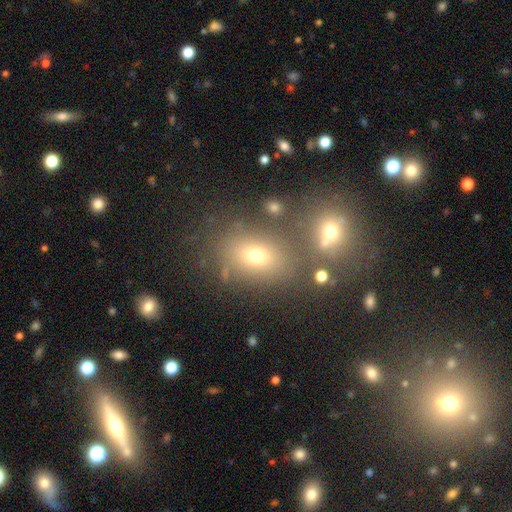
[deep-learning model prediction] Smooth or featured?
  - smooth: 60% *
  - star or artifact: 24%
  - featured or disk: 16%
How rounded?
  - in between: 68% *
  - round: 30%
  - cigar-shaped: 2%
Merging?
  - none: 62% *
  - merger: 21%
  - minor disturbance: 11%
  - major disturbance: 5%